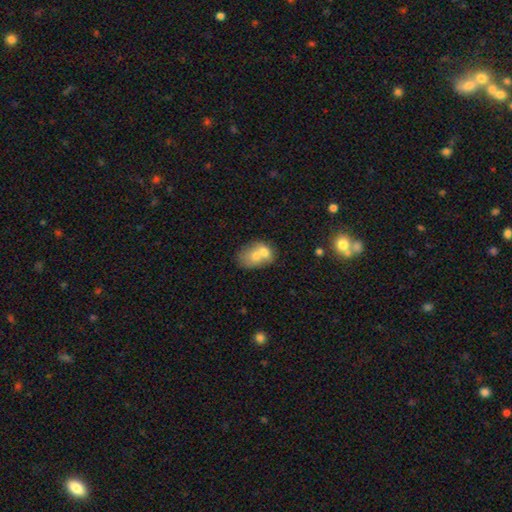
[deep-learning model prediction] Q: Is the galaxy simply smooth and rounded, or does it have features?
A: smooth — 65%.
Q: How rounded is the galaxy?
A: in between — 68%.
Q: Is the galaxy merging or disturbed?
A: merger — 66%.